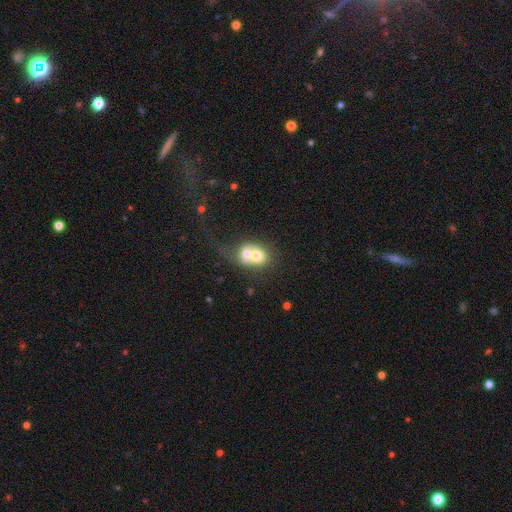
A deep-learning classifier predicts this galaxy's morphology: Smooth or featured? smooth (62%)
How rounded? round (59%)
Merging? merger (76%)